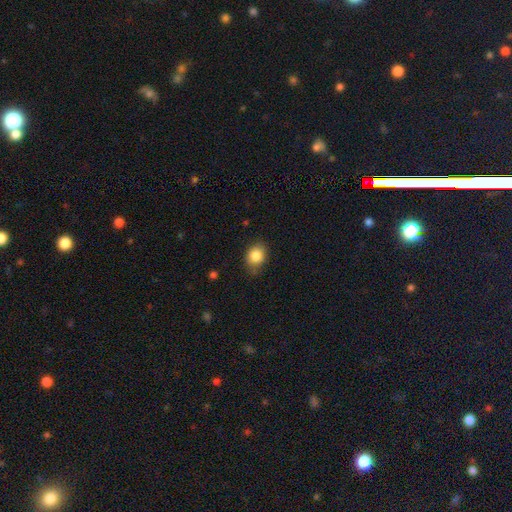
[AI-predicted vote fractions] smooth-or-featured: smooth: 84% | star or artifact: 9% | featured or disk: 7%
  how-rounded: in between: 50% | round: 49% | cigar-shaped: 1%
  merging: none: 72% | minor disturbance: 23% | major disturbance: 4% | merger: 1%